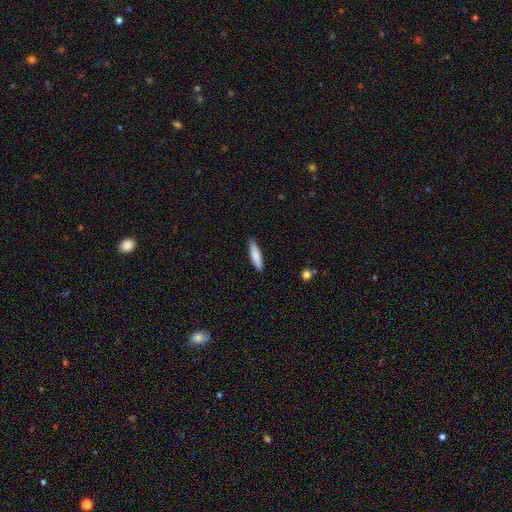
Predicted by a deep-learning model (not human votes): Q: Smooth or featured?
A: smooth (81%); runner-up: featured or disk (13%)
Q: How rounded?
A: cigar-shaped (78%); runner-up: in between (21%)
Q: Merging?
A: none (89%); runner-up: minor disturbance (9%)